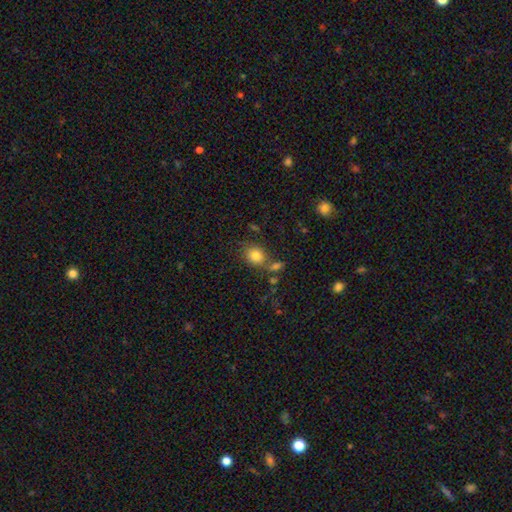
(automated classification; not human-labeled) A smooth galaxy with no disk features (81%) that is round (63%).

Vote fractions:
- Smooth or featured? smooth: 81% / star or artifact: 10% / featured or disk: 9%
- How rounded? round: 63% / in between: 36% / cigar-shaped: 1%
- Merging? none: 62% / merger: 18% / minor disturbance: 15% / major disturbance: 6%